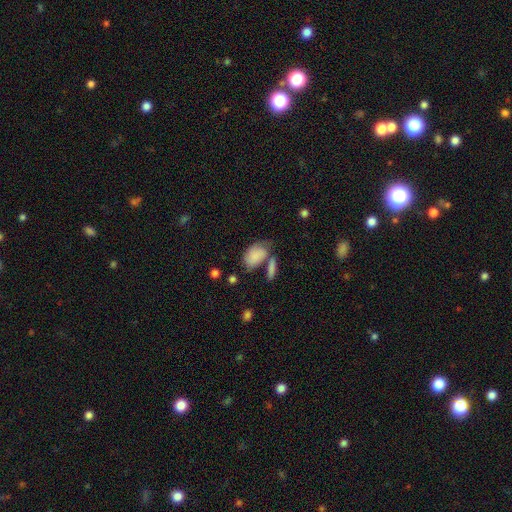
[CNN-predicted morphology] smooth 79%, featured or disk 13%, star or artifact 7%. Down the decision tree: how rounded — in between (89%); merging — none (36%).